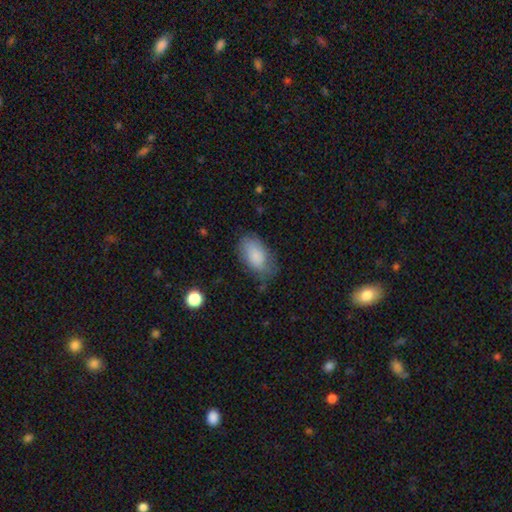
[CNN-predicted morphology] A smooth galaxy with no disk features (82%) that is in between round and cigar-shaped (93%).

Vote fractions:
- Smooth or featured? smooth: 82% / featured or disk: 11% / star or artifact: 7%
- How rounded? in between: 93% / round: 5% / cigar-shaped: 2%
- Merging? none: 61% / minor disturbance: 27% / major disturbance: 10% / merger: 2%